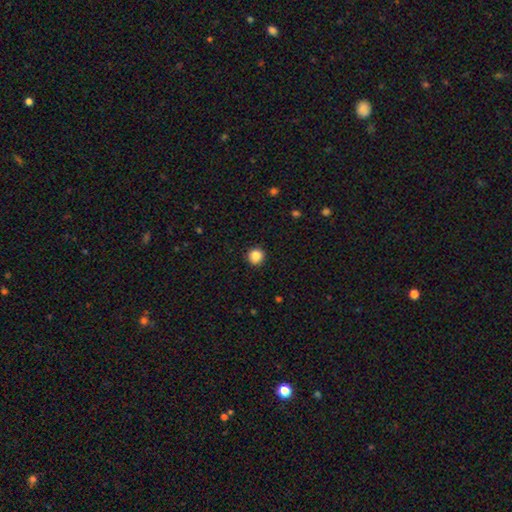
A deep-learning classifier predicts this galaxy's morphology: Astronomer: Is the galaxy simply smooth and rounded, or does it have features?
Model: smooth — 87%.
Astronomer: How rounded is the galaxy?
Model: round — 92%.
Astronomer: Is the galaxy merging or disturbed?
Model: none — 91%.